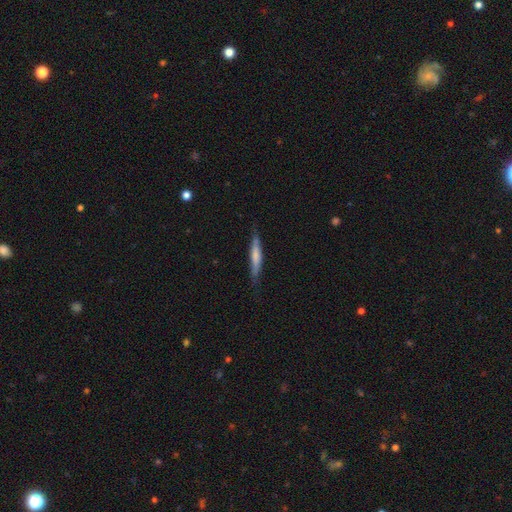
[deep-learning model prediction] The model was most divided on "smooth or featured": smooth: 57%, featured or disk: 37%, star or artifact: 6%. More confident: how rounded — cigar-shaped (91%); merging — none (75%).